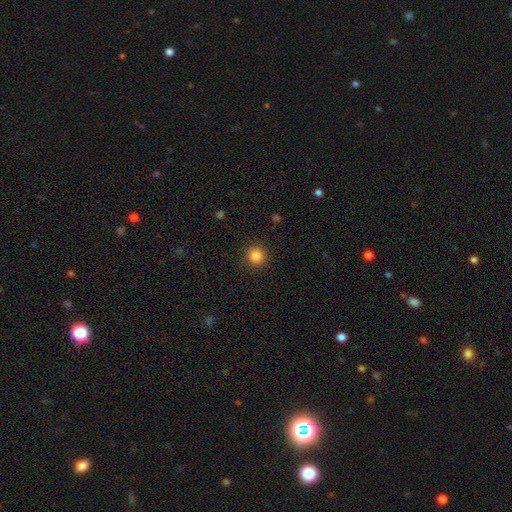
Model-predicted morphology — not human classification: Smooth or featured?
  - smooth: 85% *
  - star or artifact: 11%
  - featured or disk: 4%
How rounded?
  - round: 94% *
  - in between: 5%
  - cigar-shaped: 1%
Merging?
  - none: 91% *
  - minor disturbance: 6%
  - major disturbance: 2%
  - merger: 1%